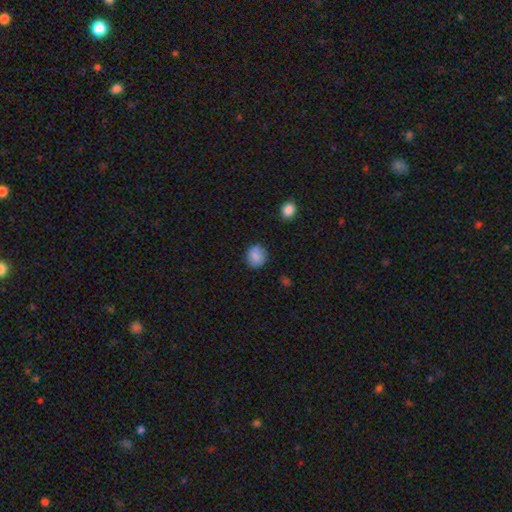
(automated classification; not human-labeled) smooth_or_featured: smooth (p=0.85) [alt: star or artifact p=0.09]
how_rounded: round (p=0.84) [alt: in between p=0.15]
merging: none (p=0.82) [alt: minor disturbance p=0.13]